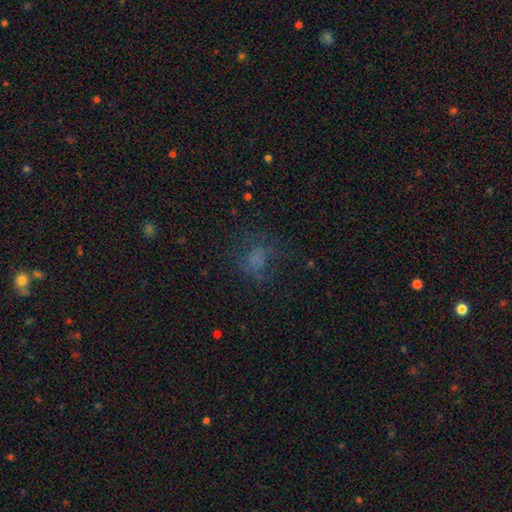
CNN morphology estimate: This is possibly a smooth galaxy (51%). How rounded: possibly round (59%). Merging: possibly none (59%).